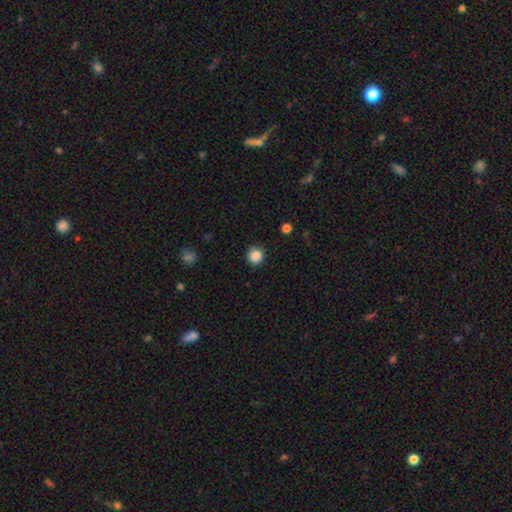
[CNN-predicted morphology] Smooth or featured?
  - smooth: 86% *
  - star or artifact: 11%
  - featured or disk: 3%
How rounded?
  - round: 93% *
  - in between: 6%
  - cigar-shaped: 1%
Merging?
  - none: 88% *
  - minor disturbance: 8%
  - major disturbance: 2%
  - merger: 1%